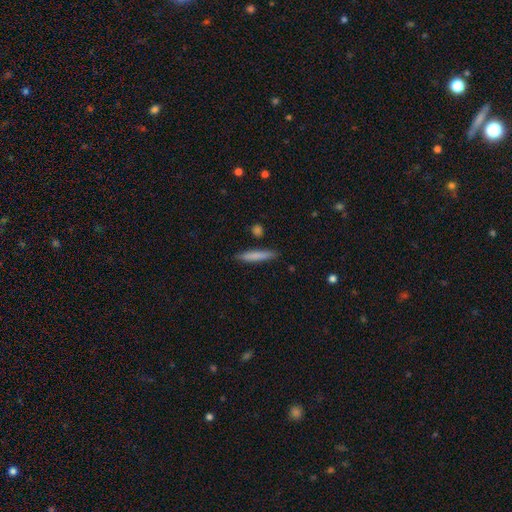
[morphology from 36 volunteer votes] Q: Smooth or featured?
A: smooth (75%); runner-up: featured or disk (19%)
Q: How rounded?
A: cigar-shaped (89%); runner-up: in between (11%)
Q: Merging?
A: none (91%); runner-up: minor disturbance (3%)